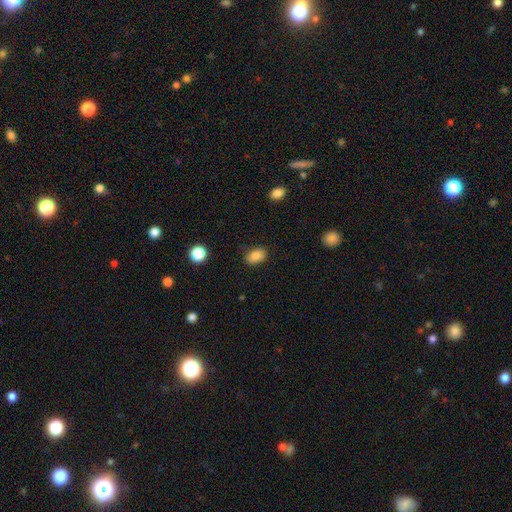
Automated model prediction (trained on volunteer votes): A smooth galaxy with no disk features (86%) that is in between round and cigar-shaped (84%).

Vote fractions:
- Smooth or featured? smooth: 86% / star or artifact: 9% / featured or disk: 5%
- How rounded? in between: 84% / round: 15% / cigar-shaped: 1%
- Merging? none: 82% / minor disturbance: 13% / major disturbance: 3% / merger: 1%